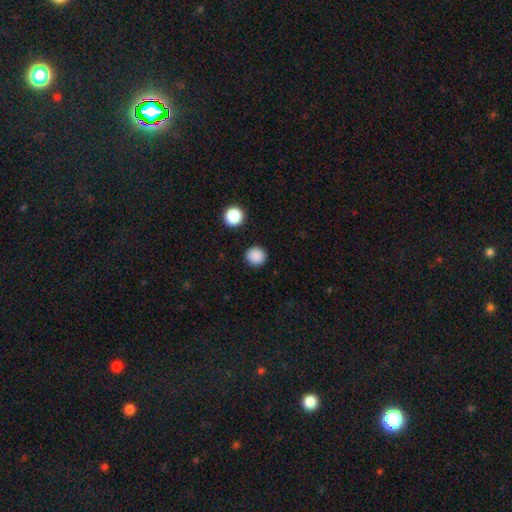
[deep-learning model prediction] This is clearly a smooth galaxy (87%). How rounded: clearly round (91%). Merging: clearly none (90%).